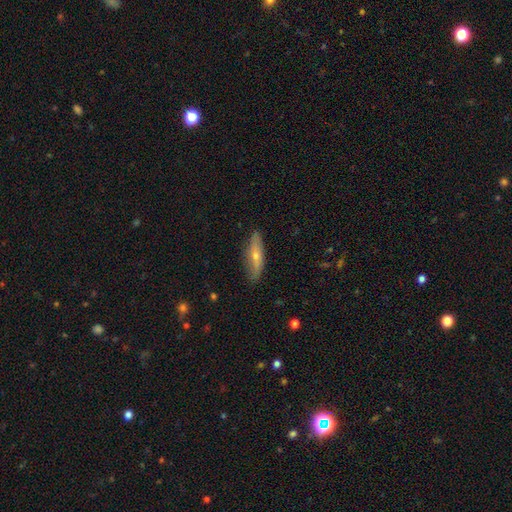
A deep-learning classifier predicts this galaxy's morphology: smooth-or-featured: featured or disk: 47% | smooth: 46% | star or artifact: 7%
  merging: none: 84% | minor disturbance: 12% | major disturbance: 2% | merger: 1%